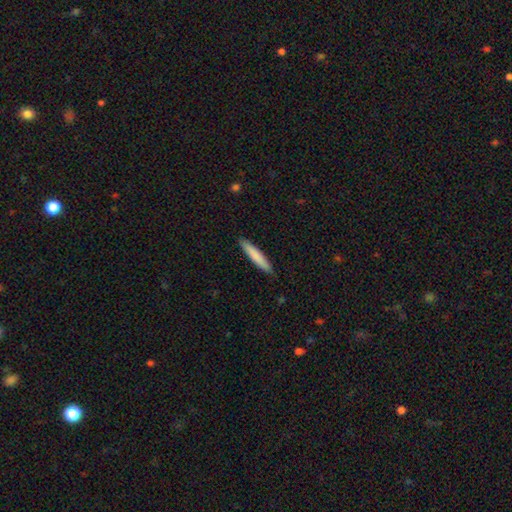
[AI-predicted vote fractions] Smooth or featured: smooth — 81% (featured or disk — 14%)
How rounded: cigar-shaped — 92% (in between — 7%)
Merging: none — 90% (minor disturbance — 7%)